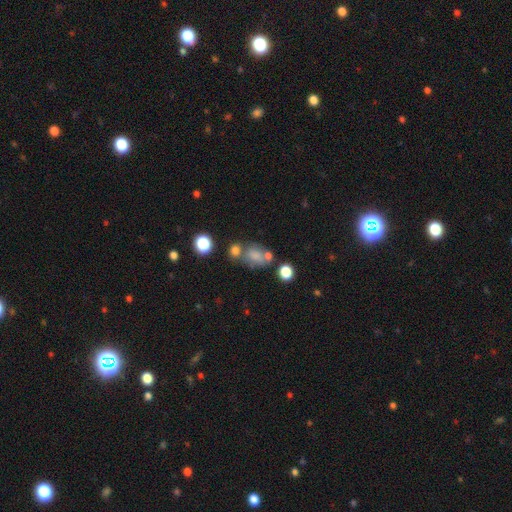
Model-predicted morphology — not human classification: This is likely a smooth galaxy (67%). How rounded: likely in between (67%). Merging: marginally none (39%).